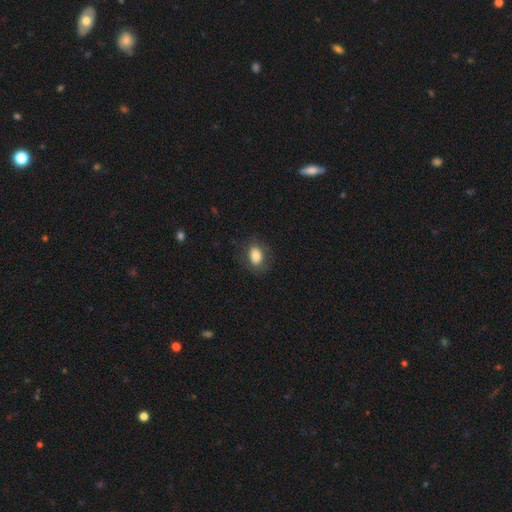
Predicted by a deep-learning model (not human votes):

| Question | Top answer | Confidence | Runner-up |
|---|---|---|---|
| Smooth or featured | smooth | 79% | featured or disk (13%) |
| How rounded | in between | 73% | round (25%) |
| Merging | none | 76% | minor disturbance (15%) |